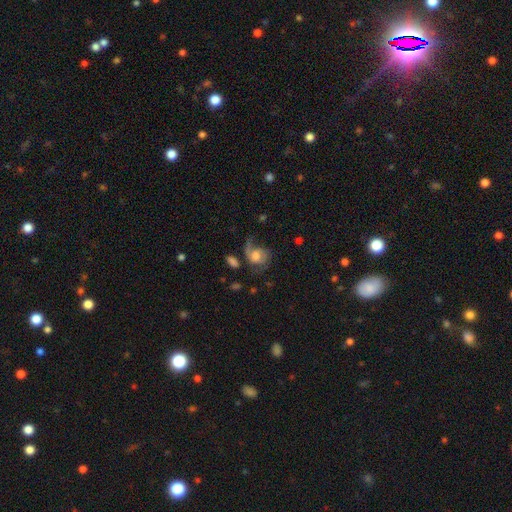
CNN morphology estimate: Smooth or featured? featured or disk (65%)
Edge-on disk? no (97%)
Bar? no (62%)
Spiral arms? yes (89%)
Spiral winding? loose (42%)
Spiral arm count? 2 (47%)
Bulge size? moderate (48%)
Merging? none (40%)